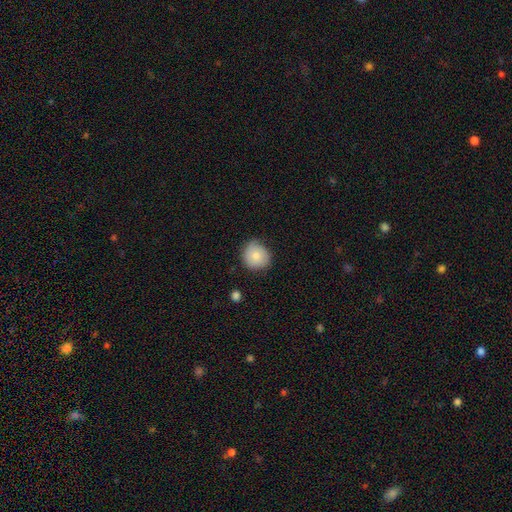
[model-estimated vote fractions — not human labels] Q: Smooth or featured?
A: smooth (79%); runner-up: featured or disk (14%)
Q: How rounded?
A: round (86%); runner-up: in between (13%)
Q: Merging?
A: none (67%); runner-up: minor disturbance (27%)